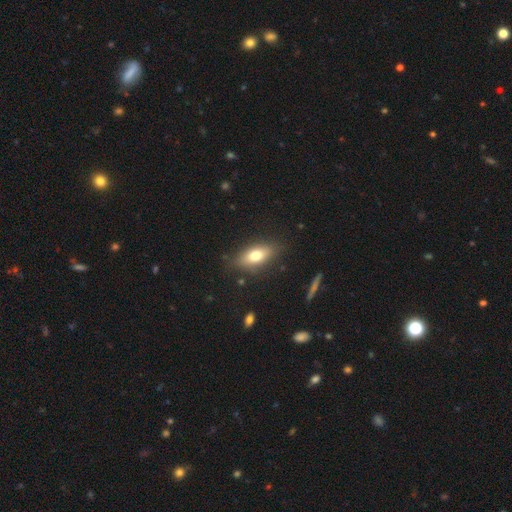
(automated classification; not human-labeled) A smooth galaxy with no disk features (71%) that is in between round and cigar-shaped (80%).

Vote fractions:
- Smooth or featured? smooth: 71% / featured or disk: 20% / star or artifact: 8%
- How rounded? in between: 80% / cigar-shaped: 14% / round: 6%
- Merging? none: 82% / minor disturbance: 13% / major disturbance: 4% / merger: 2%